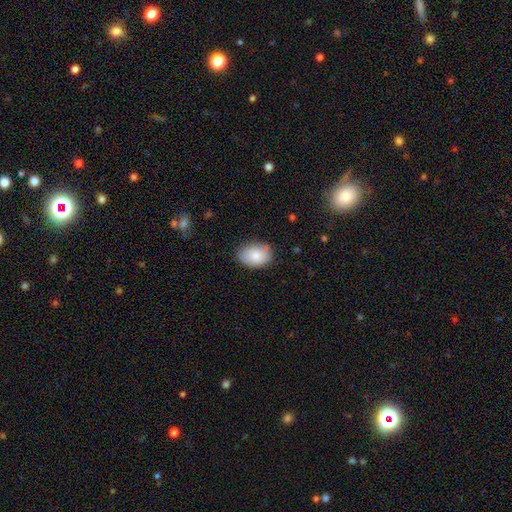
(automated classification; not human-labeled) Morphology: type=smooth (83%); roundness=in between (82%); merging=none (80%).